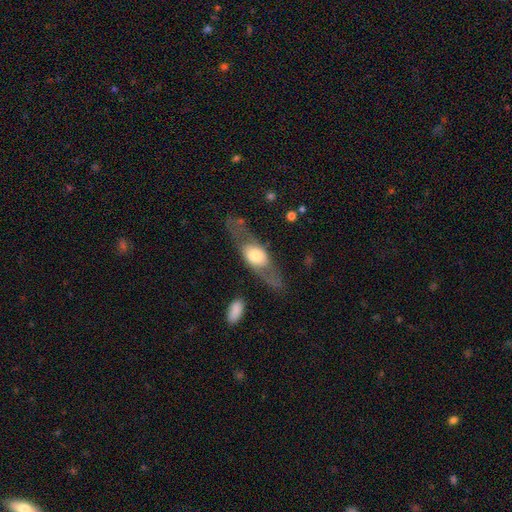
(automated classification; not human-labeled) Overall: featured or disk (58%; smooth 36%). Edge-on disk: yes (55%; no 45%). Merging: none (64%).